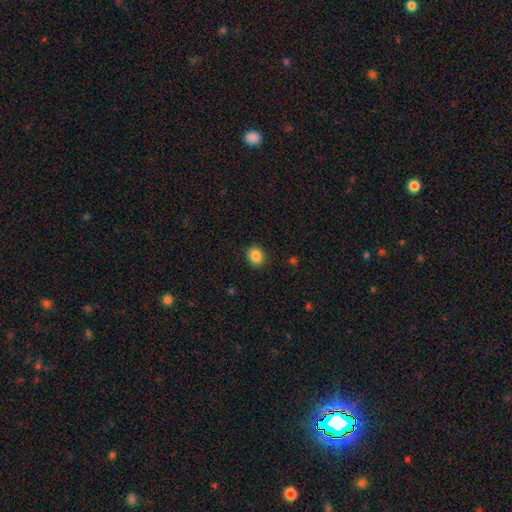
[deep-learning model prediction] The model was most divided on "how rounded": round: 64%, in between: 36%, cigar-shaped: 1%. More confident: merging — none (90%); smooth or featured — smooth (86%).